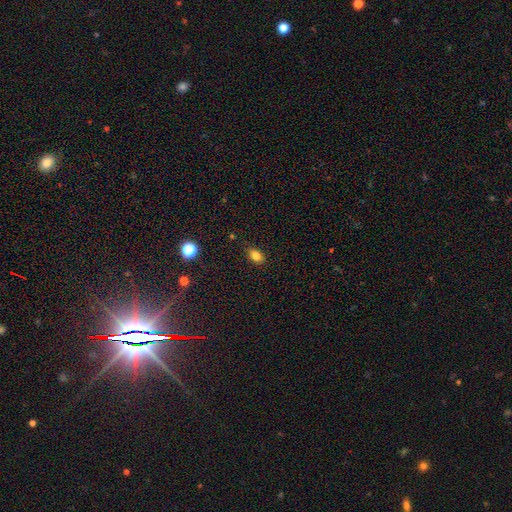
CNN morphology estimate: The model was most divided on "how rounded": in between: 82%, round: 16%, cigar-shaped: 2%. More confident: merging — none (85%); smooth or featured — smooth (82%).